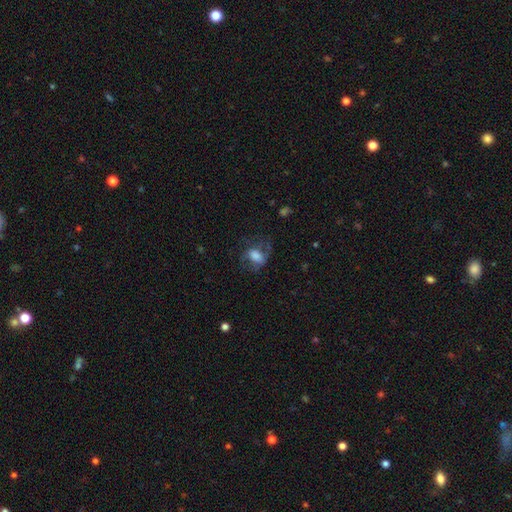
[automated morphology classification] smooth-or-featured: smooth: 53% | featured or disk: 37% | star or artifact: 10%
  how-rounded: in between: 73% | round: 25% | cigar-shaped: 3%
  merging: none: 45% | major disturbance: 31% | minor disturbance: 22% | merger: 2%